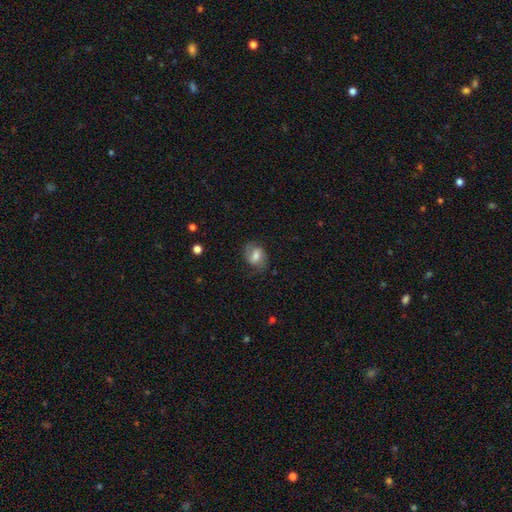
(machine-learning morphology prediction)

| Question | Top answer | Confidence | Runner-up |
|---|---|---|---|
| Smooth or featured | smooth | 48% | featured or disk (43%) |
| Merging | none | 68% | minor disturbance (21%) |